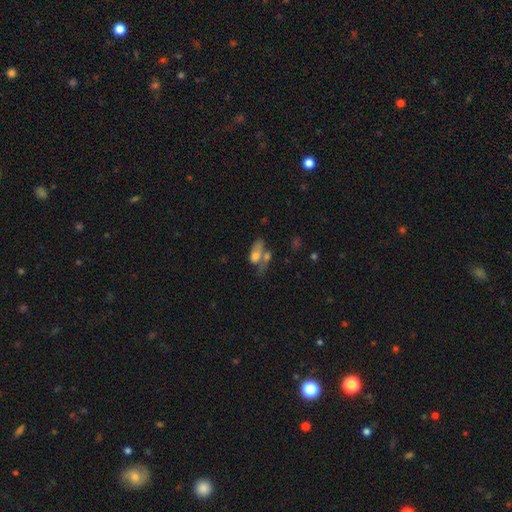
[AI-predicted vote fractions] Q: Smooth or featured?
A: smooth (60%); runner-up: featured or disk (30%)
Q: How rounded?
A: in between (80%); runner-up: round (11%)
Q: Merging?
A: merger (44%); runner-up: none (23%)